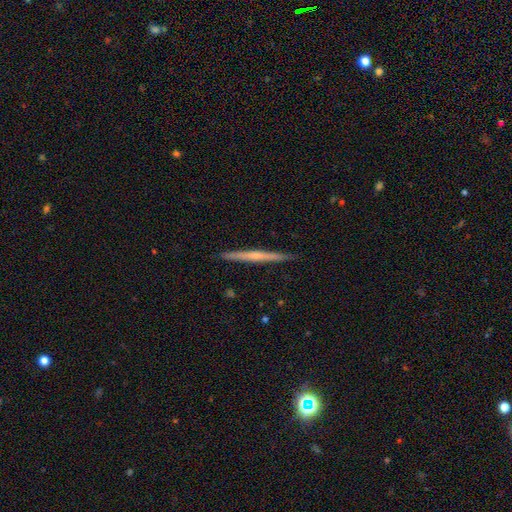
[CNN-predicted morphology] A featured or disk galaxy (64%) viewed edge-on (98%) with a rounded central bulge (48%). Merging: none (92%).